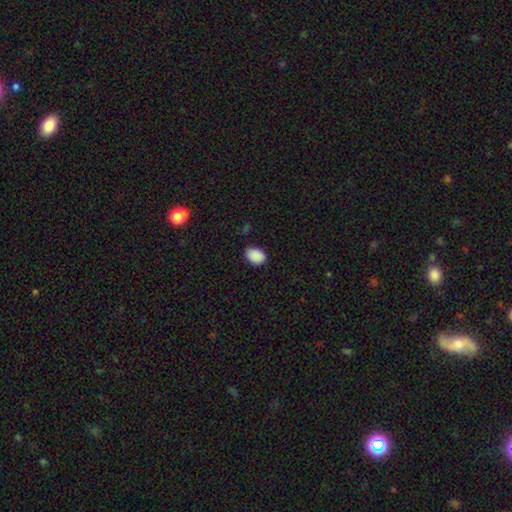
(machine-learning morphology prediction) This appears to be a smooth galaxy with no disk features (90%) that is in between round and cigar-shaped (77%). Merging: none (83%).